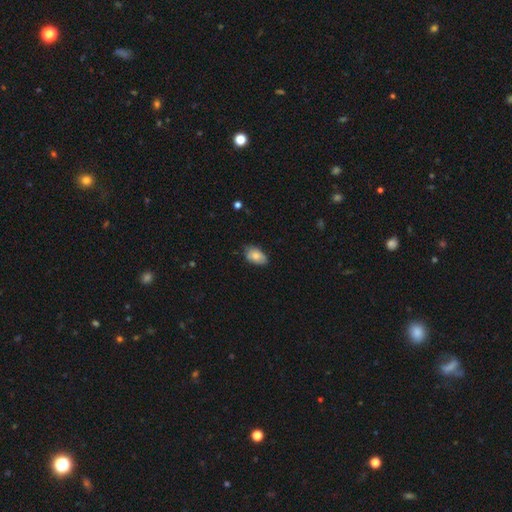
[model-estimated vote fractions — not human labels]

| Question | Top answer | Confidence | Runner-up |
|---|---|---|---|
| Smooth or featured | smooth | 77% | featured or disk (15%) |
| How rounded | in between | 90% | round (9%) |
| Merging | none | 69% | minor disturbance (26%) |